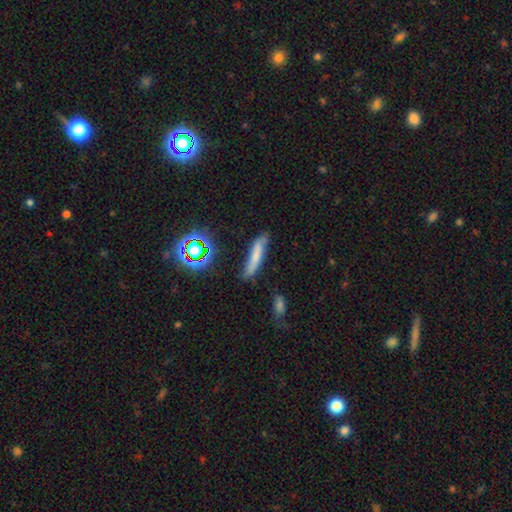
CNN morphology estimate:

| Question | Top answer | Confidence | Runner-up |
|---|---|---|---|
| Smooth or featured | smooth | 60% | featured or disk (26%) |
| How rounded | cigar-shaped | 82% | in between (14%) |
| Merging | none | 69% | minor disturbance (21%) |